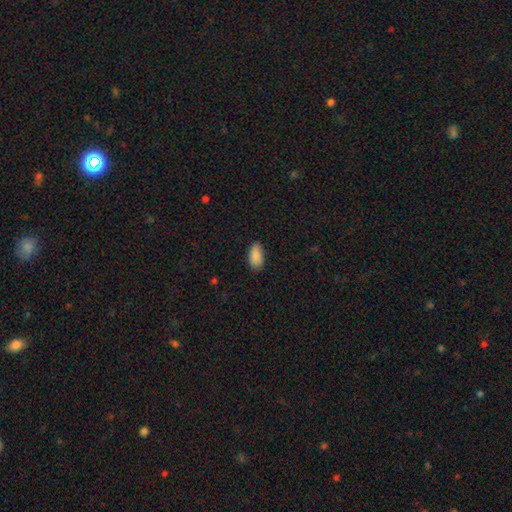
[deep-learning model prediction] Morphology: type=smooth (89%); roundness=in between (93%); merging=none (82%).